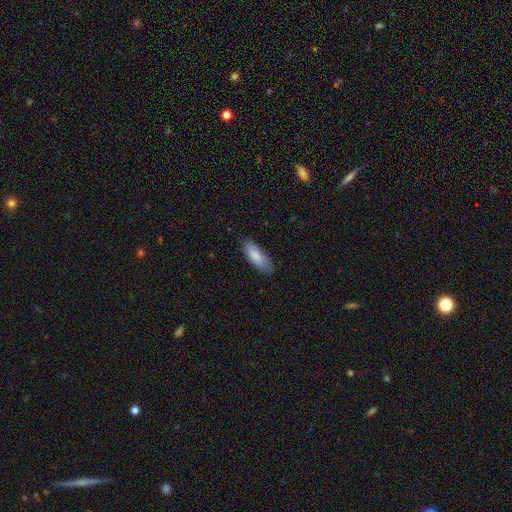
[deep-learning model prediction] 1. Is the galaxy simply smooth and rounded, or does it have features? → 83% smooth, 12% featured or disk, 5% star or artifact.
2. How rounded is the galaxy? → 72% in between, 26% cigar-shaped, 2% round.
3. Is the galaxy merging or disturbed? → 78% none, 18% minor disturbance, 3% major disturbance, 1% merger.